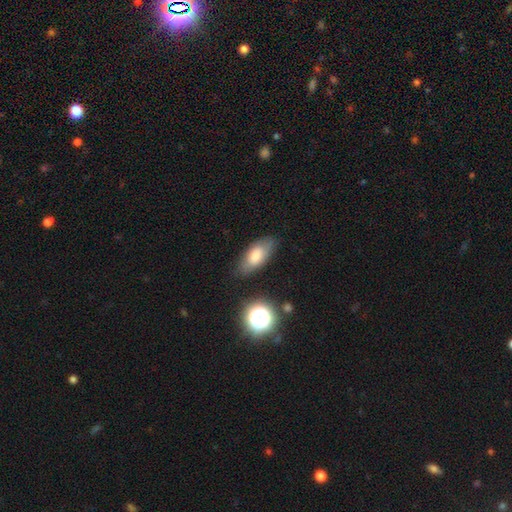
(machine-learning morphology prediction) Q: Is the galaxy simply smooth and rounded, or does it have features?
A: smooth — 71%.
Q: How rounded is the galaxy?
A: in between — 85%.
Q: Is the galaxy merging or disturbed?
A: none — 77%.